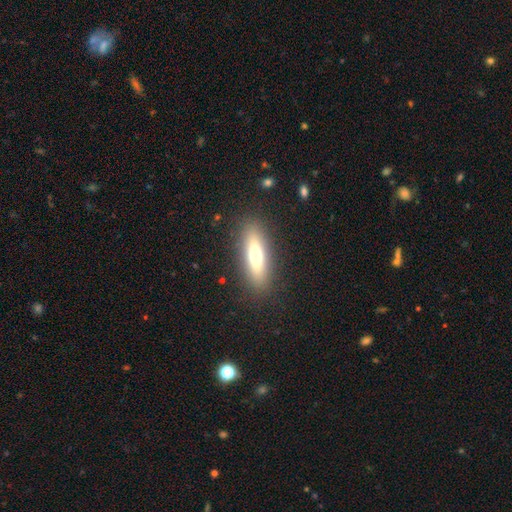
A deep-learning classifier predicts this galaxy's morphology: Smooth or featured?
  - smooth: 58% *
  - featured or disk: 33%
  - star or artifact: 9%
How rounded?
  - cigar-shaped: 51% *
  - in between: 46%
  - round: 3%
Merging?
  - none: 87% *
  - minor disturbance: 8%
  - major disturbance: 3%
  - merger: 1%